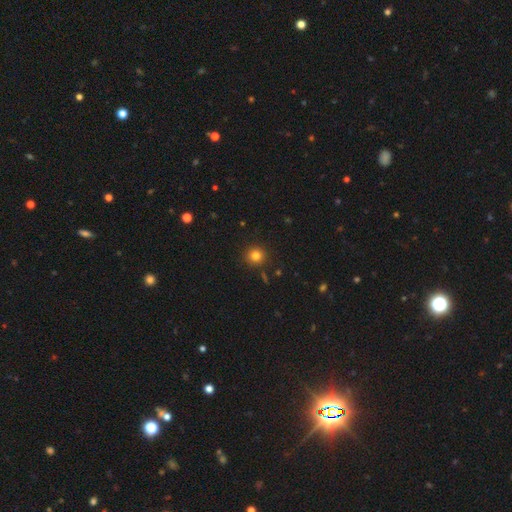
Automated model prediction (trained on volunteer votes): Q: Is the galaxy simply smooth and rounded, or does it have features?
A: smooth — 81%.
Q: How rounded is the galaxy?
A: round — 93%.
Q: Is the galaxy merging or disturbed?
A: none — 90%.